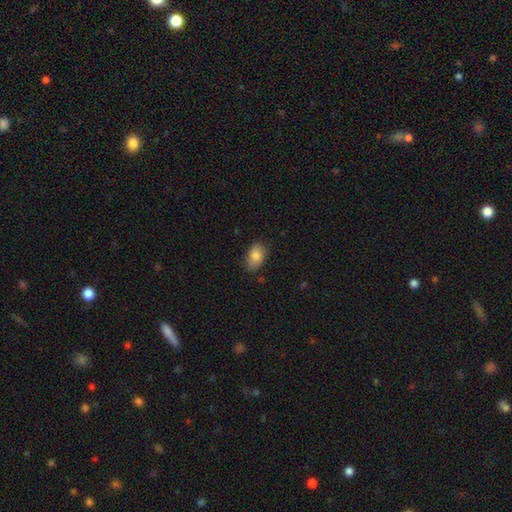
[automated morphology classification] smooth-or-featured: smooth: 84% | featured or disk: 9% | star or artifact: 7%
  how-rounded: in between: 89% | round: 9% | cigar-shaped: 1%
  merging: none: 80% | minor disturbance: 16% | major disturbance: 3% | merger: 1%